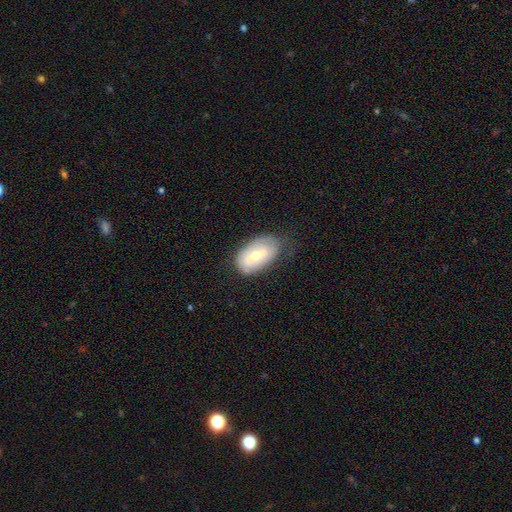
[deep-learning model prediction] This appears to be a smooth galaxy with no disk features (53%) that is in between round and cigar-shaped (92%). Merging: none (64%).